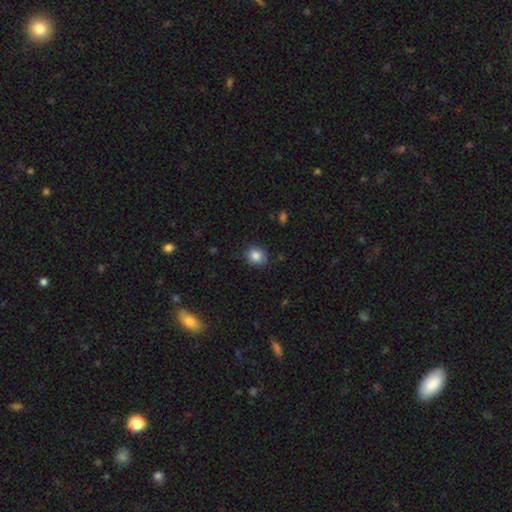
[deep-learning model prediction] This is clearly a smooth galaxy (85%). How rounded: likely round (72%). Merging: clearly none (85%).